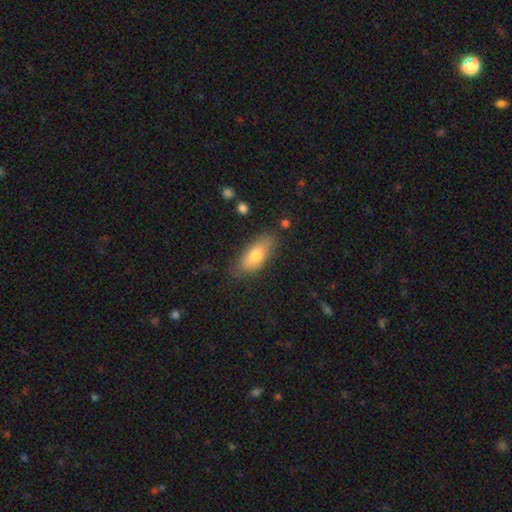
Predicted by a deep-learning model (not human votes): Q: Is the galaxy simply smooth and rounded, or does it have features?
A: smooth — 74%.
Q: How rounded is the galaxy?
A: in between — 78%.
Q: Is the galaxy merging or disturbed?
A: none — 74%.